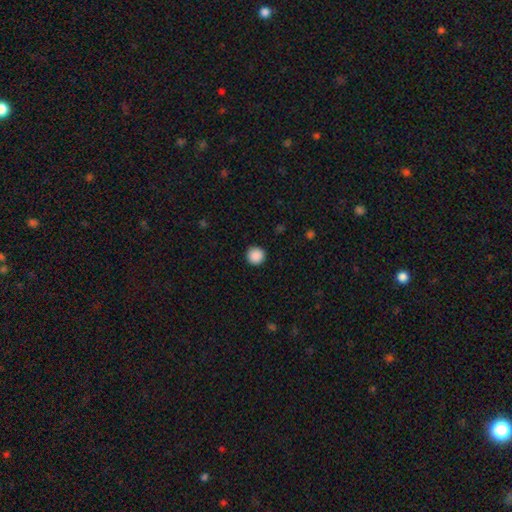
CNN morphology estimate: This is clearly a smooth galaxy (89%). How rounded: clearly round (96%). Merging: clearly none (93%).